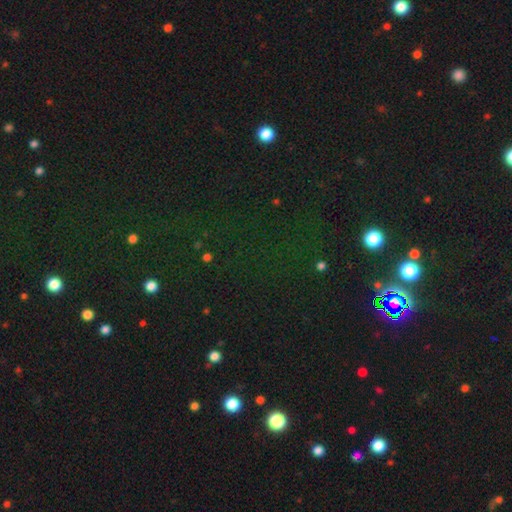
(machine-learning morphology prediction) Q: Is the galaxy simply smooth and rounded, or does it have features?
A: star or artifact — 76%.